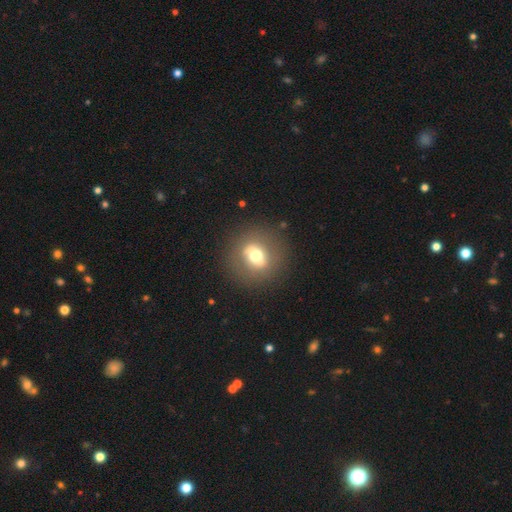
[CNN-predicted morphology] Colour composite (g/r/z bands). It shows a smooth galaxy with no disk features (52%) that is round (76%). Merging: none (84%).